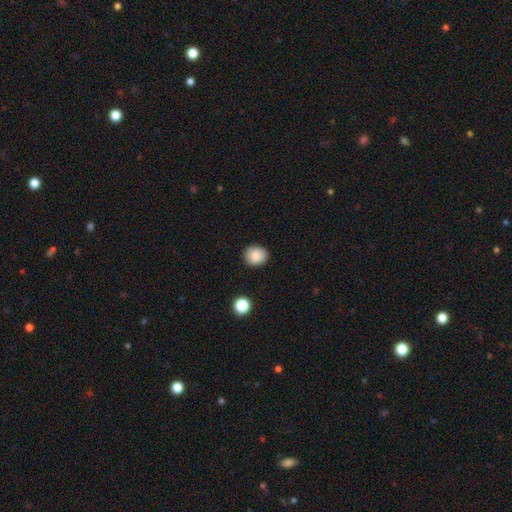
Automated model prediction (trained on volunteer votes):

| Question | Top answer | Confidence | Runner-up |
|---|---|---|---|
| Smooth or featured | smooth | 85% | star or artifact (9%) |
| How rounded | round | 72% | in between (27%) |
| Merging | none | 87% | minor disturbance (9%) |